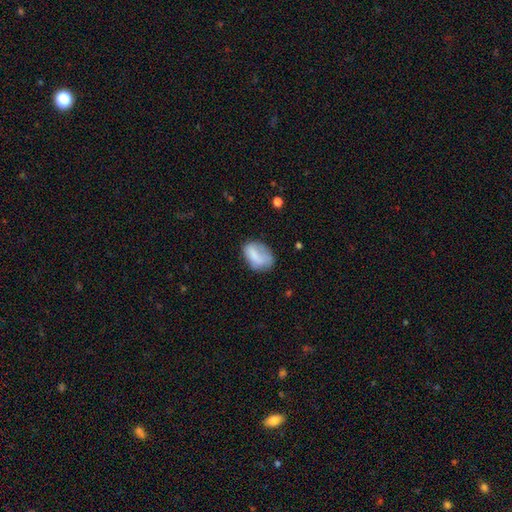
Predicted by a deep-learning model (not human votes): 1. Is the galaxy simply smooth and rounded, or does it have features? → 76% smooth, 16% featured or disk, 8% star or artifact.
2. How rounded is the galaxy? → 86% in between, 12% round, 2% cigar-shaped.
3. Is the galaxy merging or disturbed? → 51% none, 29% minor disturbance, 15% major disturbance, 4% merger.